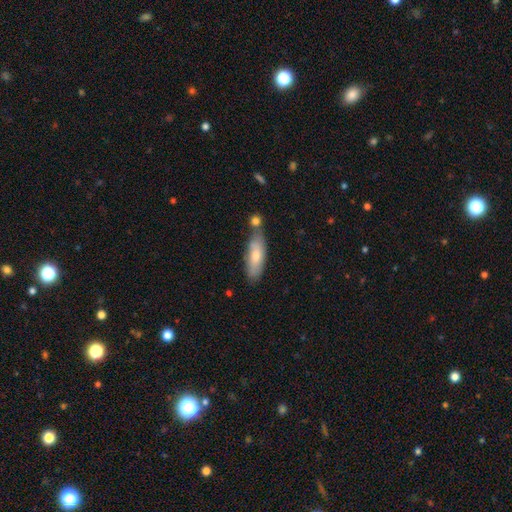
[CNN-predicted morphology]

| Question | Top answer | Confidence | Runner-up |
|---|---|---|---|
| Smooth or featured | smooth | 69% | featured or disk (25%) |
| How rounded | in between | 53% | cigar-shaped (45%) |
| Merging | none | 62% | minor disturbance (17%) |